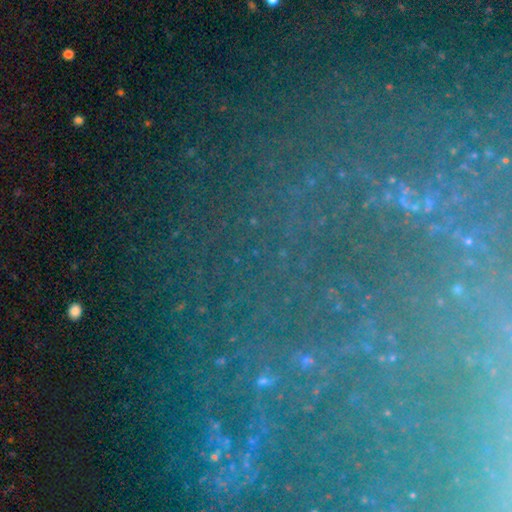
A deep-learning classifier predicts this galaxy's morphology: Q: Smooth or featured?
A: star or artifact (70%); runner-up: featured or disk (18%)